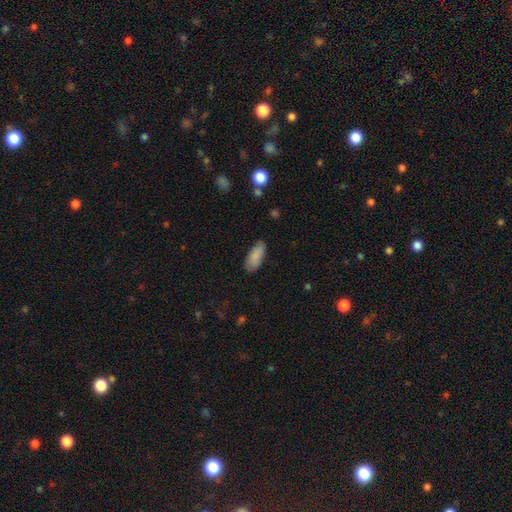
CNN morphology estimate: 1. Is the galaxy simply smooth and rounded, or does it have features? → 86% smooth, 8% featured or disk, 6% star or artifact.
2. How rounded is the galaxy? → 79% in between, 19% cigar-shaped, 2% round.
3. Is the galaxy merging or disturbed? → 78% none, 17% minor disturbance, 3% major disturbance, 1% merger.